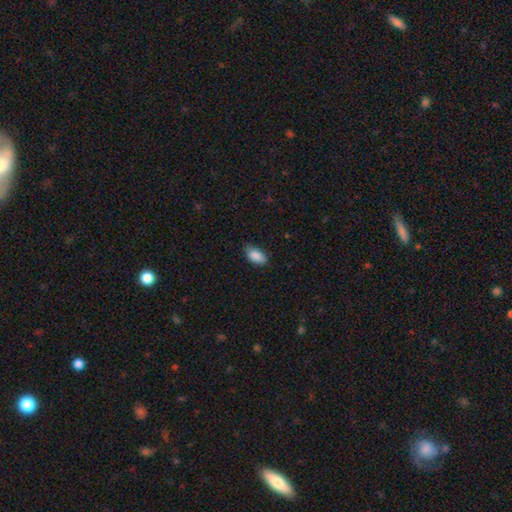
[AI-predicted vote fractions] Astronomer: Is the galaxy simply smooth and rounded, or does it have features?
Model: smooth — 89%.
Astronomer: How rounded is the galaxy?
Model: in between — 93%.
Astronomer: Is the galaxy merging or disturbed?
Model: none — 78%.